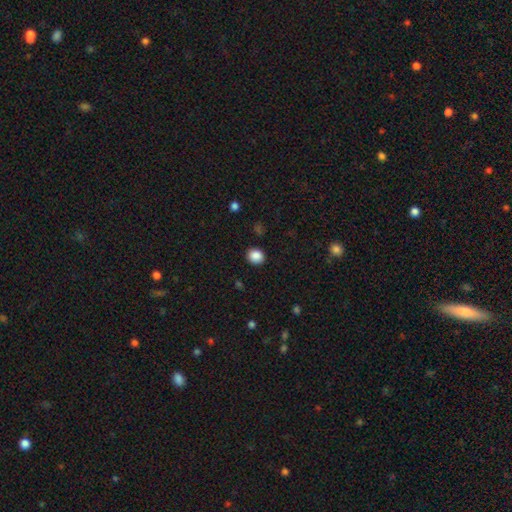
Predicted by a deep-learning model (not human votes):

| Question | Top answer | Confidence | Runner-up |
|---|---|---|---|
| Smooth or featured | smooth | 87% | star or artifact (10%) |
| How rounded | round | 77% | in between (22%) |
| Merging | none | 90% | minor disturbance (6%) |